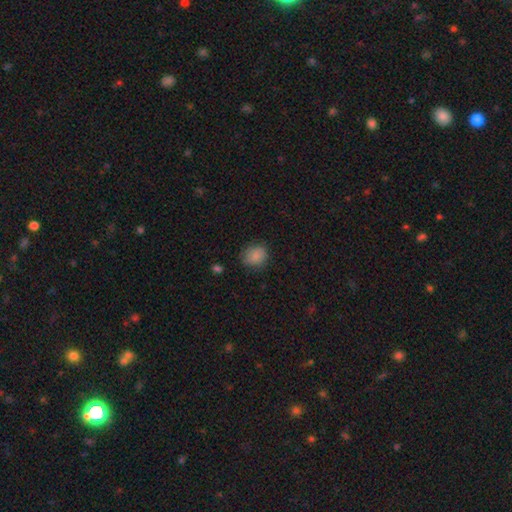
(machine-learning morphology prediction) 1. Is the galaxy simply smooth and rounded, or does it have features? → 84% smooth, 10% star or artifact, 6% featured or disk.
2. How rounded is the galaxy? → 58% round, 41% in between, 1% cigar-shaped.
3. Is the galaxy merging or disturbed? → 73% none, 21% minor disturbance, 5% major disturbance, 1% merger.